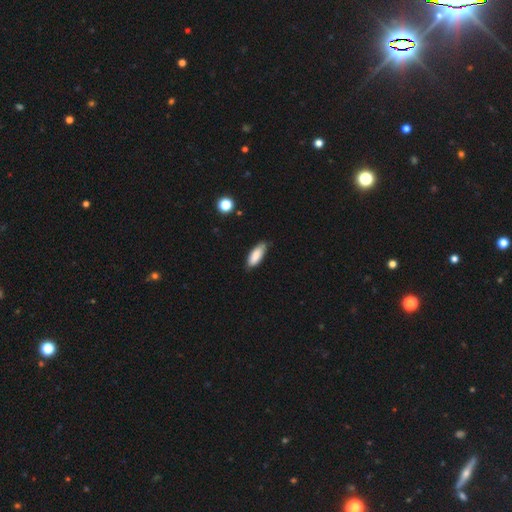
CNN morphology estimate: Smooth or featured?
  - smooth: 86% *
  - featured or disk: 8%
  - star or artifact: 6%
How rounded?
  - in between: 71% *
  - cigar-shaped: 27%
  - round: 2%
Merging?
  - none: 79% *
  - minor disturbance: 17%
  - major disturbance: 2%
  - merger: 1%